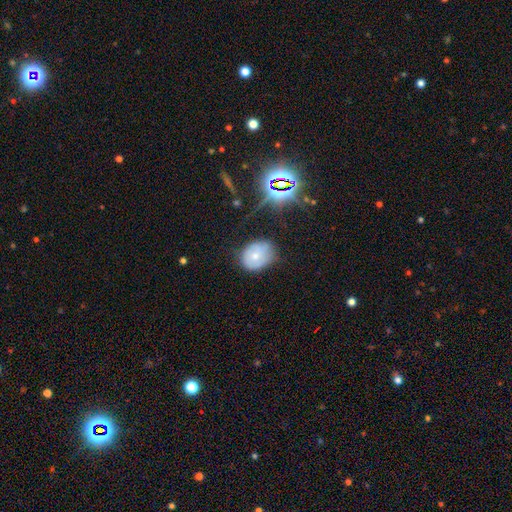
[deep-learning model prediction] smooth-or-featured: smooth: 61% | featured or disk: 27% | star or artifact: 11%
  how-rounded: in between: 50% | round: 49% | cigar-shaped: 1%
  merging: none: 61% | minor disturbance: 30% | major disturbance: 8% | merger: 2%